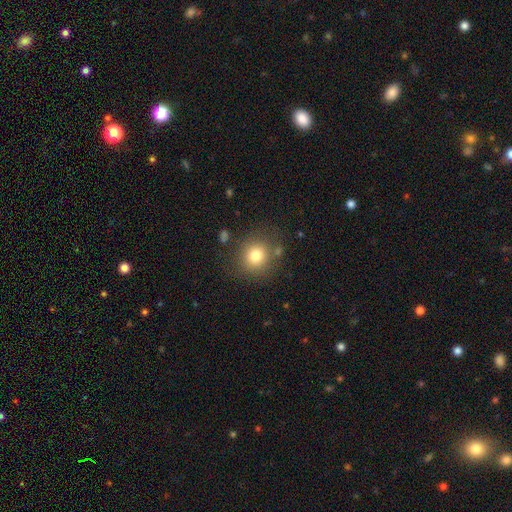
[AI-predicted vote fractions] A smooth galaxy with no disk features (79%) that is round (85%).

Vote fractions:
- Smooth or featured? smooth: 79% / star or artifact: 12% / featured or disk: 9%
- How rounded? round: 85% / in between: 15% / cigar-shaped: 1%
- Merging? none: 81% / minor disturbance: 11% / major disturbance: 5% / merger: 4%